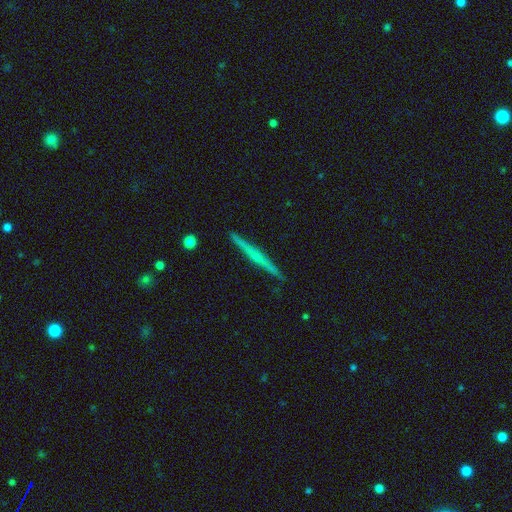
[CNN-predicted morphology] Q: Smooth or featured?
A: featured or disk (62%); runner-up: smooth (32%)
Q: Edge-on disk?
A: yes (98%); runner-up: no (2%)
Q: Edge-on bulge?
A: none (61%); runner-up: rounded (31%)
Q: Merging?
A: none (92%); runner-up: minor disturbance (6%)